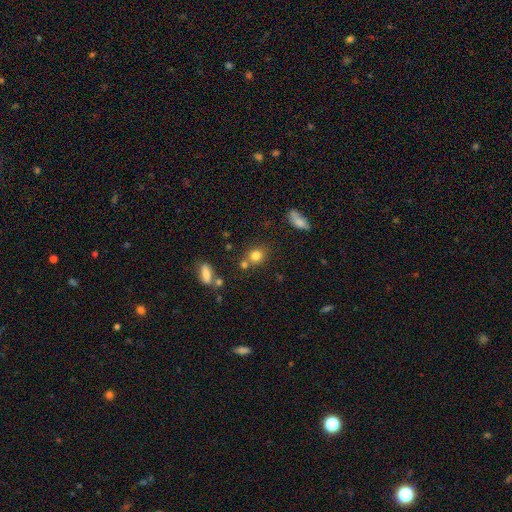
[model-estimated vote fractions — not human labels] Morphology: type=smooth (79%); roundness=round (71%); merging=none (62%).